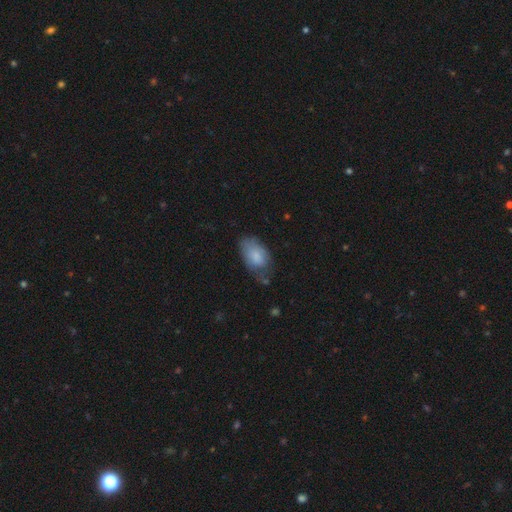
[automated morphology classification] Smooth or featured? smooth (79%)
How rounded? in between (92%)
Merging? none (48%)